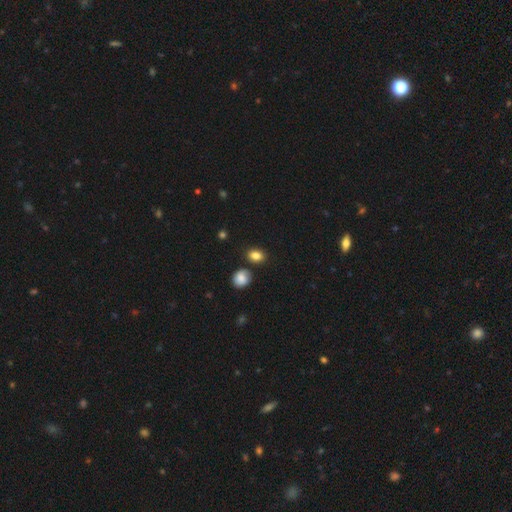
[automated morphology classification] This appears to be a smooth galaxy with no disk features (85%) that is in between round and cigar-shaped (68%). Merging: none (76%).